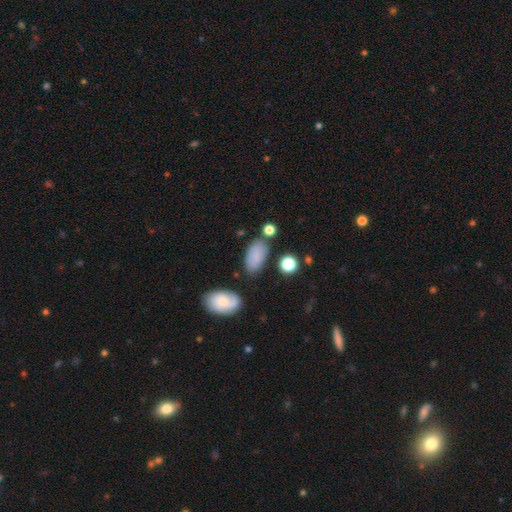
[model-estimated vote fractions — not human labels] The model was most divided on "merging": none: 73%, minor disturbance: 16%, merger: 6%, major disturbance: 5%. More confident: how rounded — in between (92%); smooth or featured — smooth (81%).